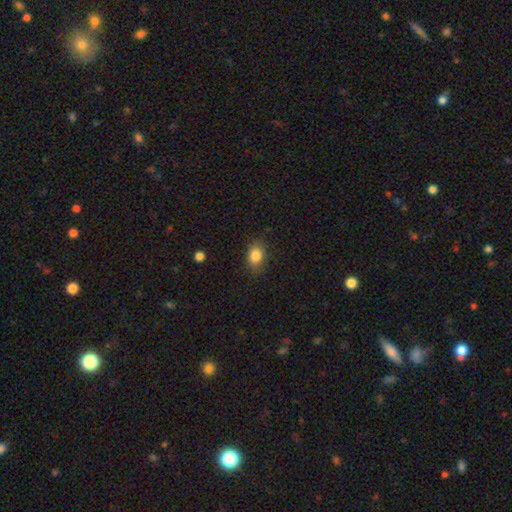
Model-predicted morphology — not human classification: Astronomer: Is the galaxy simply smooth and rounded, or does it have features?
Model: smooth — 83%.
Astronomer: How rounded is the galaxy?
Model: in between — 75%.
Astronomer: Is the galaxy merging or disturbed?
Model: none — 81%.